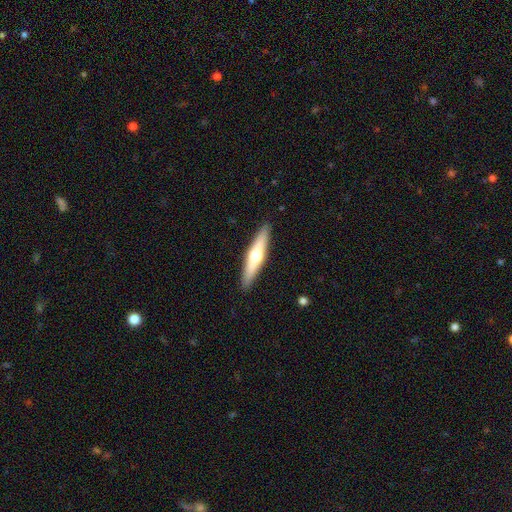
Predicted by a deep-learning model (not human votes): smooth_or_featured: featured or disk (p=0.48) [alt: smooth p=0.46]
merging: none (p=0.90) [alt: minor disturbance p=0.07]